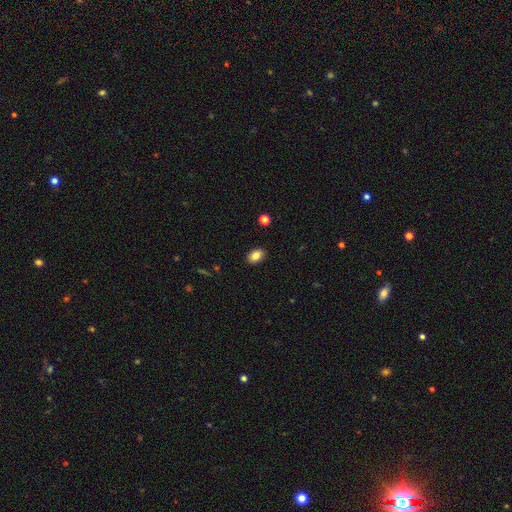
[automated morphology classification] smooth 85%, star or artifact 9%, featured or disk 6%. Down the decision tree: how rounded — in between (83%); merging — none (89%).